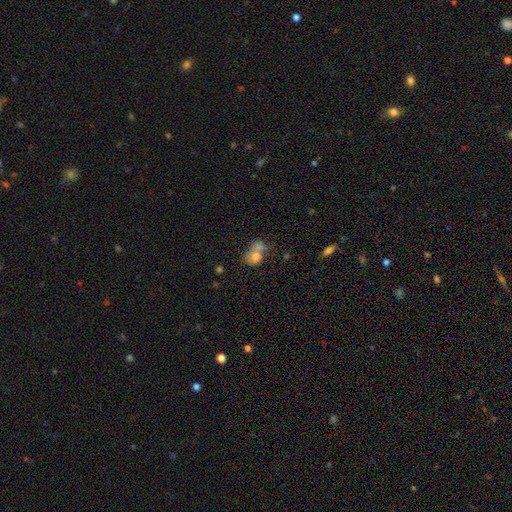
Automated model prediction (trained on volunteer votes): smooth_or_featured: smooth (p=0.67) [alt: featured or disk p=0.22]
how_rounded: round (p=0.50) [alt: in between p=0.49]
merging: merger (p=0.53) [alt: none p=0.25]